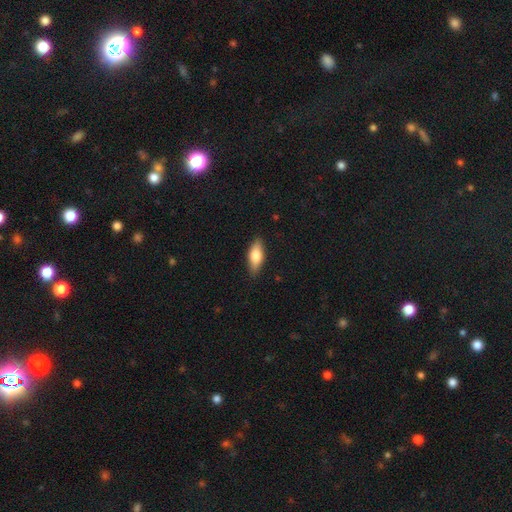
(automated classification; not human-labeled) A smooth galaxy with no disk features (75%) that is in between round and cigar-shaped (77%). Merging: none (86%).